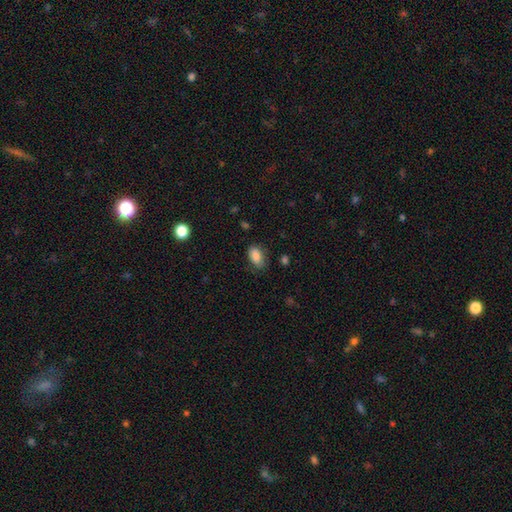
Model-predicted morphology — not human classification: A smooth galaxy with no disk features (86%) that is in between round and cigar-shaped (92%).

Vote fractions:
- Smooth or featured? smooth: 86% / star or artifact: 8% / featured or disk: 6%
- How rounded? in between: 92% / round: 6% / cigar-shaped: 2%
- Merging? none: 77% / minor disturbance: 18% / major disturbance: 4% / merger: 1%